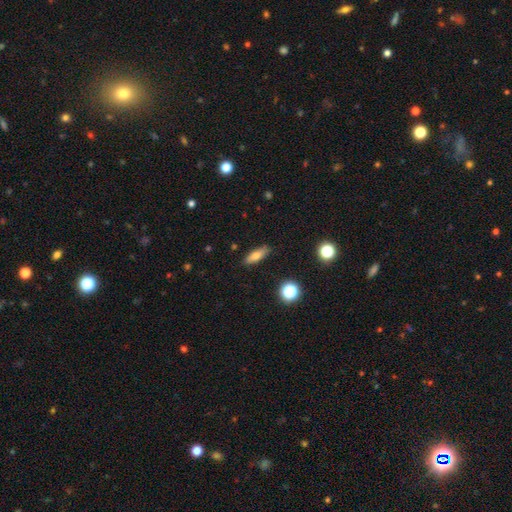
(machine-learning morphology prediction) A smooth galaxy with no disk features (70%) that is in between round and cigar-shaped (55%). Merging: none (86%).